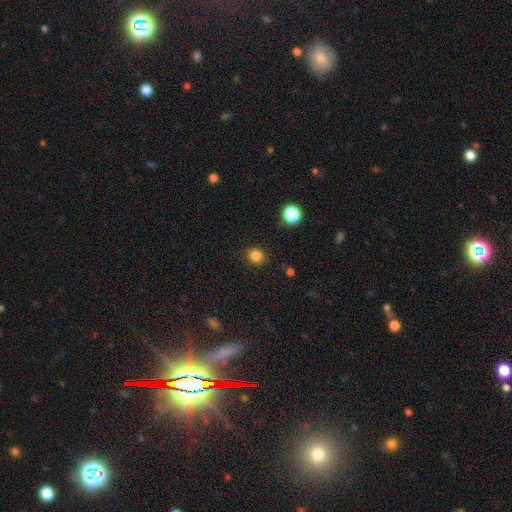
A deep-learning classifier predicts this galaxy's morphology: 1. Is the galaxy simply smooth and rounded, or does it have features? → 84% smooth, 12% star or artifact, 4% featured or disk.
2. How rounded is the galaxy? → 69% round, 30% in between, 1% cigar-shaped.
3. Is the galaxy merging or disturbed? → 88% none, 8% minor disturbance, 2% major disturbance, 1% merger.